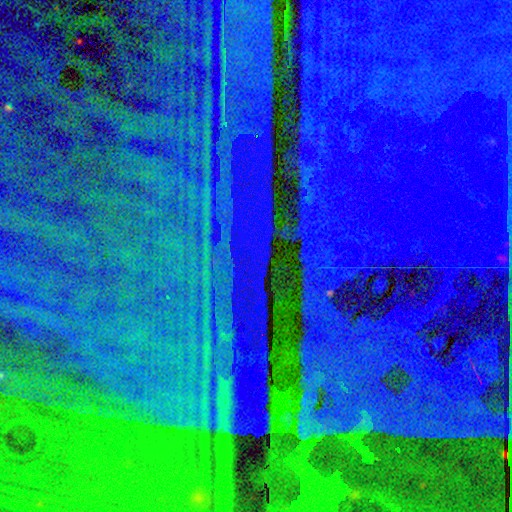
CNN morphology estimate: smooth_or_featured: star or artifact (p=0.87) [alt: featured or disk p=0.08]